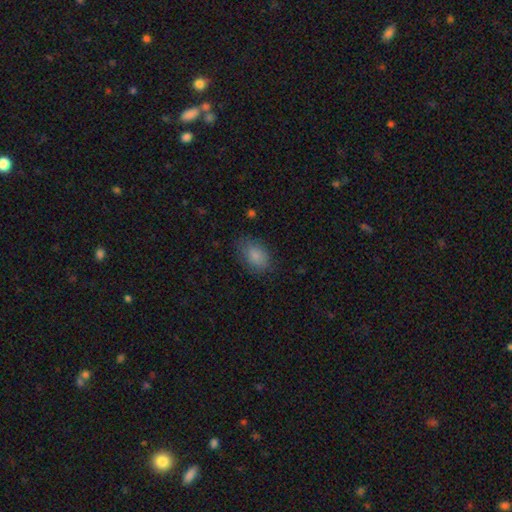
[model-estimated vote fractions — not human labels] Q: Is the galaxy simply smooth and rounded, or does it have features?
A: smooth — 85%.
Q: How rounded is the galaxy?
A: in between — 82%.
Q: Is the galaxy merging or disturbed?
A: none — 72%.